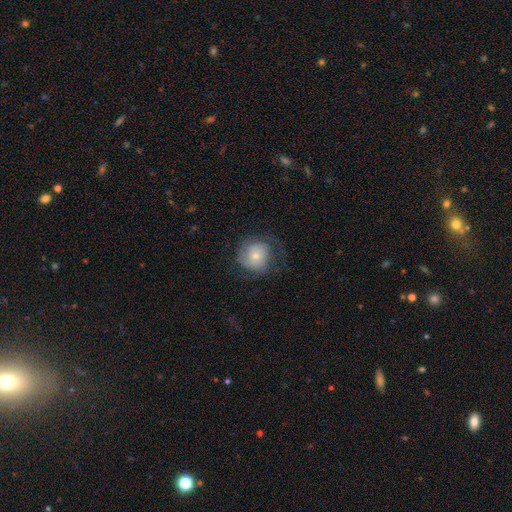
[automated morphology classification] Overall: smooth (48%; featured or disk 44%). Merging: none (57%; minor disturbance 22%).